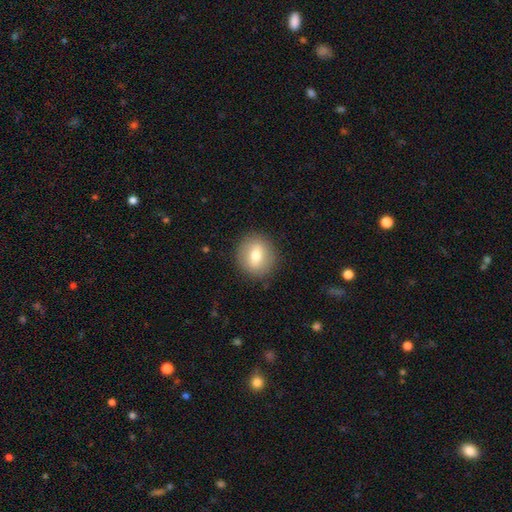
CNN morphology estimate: A smooth galaxy with no disk features (69%) that is round (76%).

Vote fractions:
- Smooth or featured? smooth: 69% / featured or disk: 23% / star or artifact: 8%
- How rounded? round: 76% / in between: 22% / cigar-shaped: 1%
- Merging? none: 88% / minor disturbance: 8% / major disturbance: 3% / merger: 1%